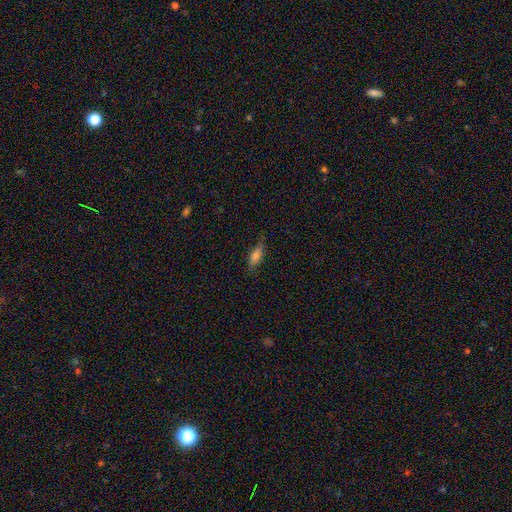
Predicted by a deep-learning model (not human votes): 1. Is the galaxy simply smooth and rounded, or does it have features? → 70% smooth, 21% featured or disk, 9% star or artifact.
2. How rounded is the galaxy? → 63% in between, 34% cigar-shaped, 3% round.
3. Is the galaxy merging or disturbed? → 74% none, 20% minor disturbance, 4% major disturbance, 1% merger.